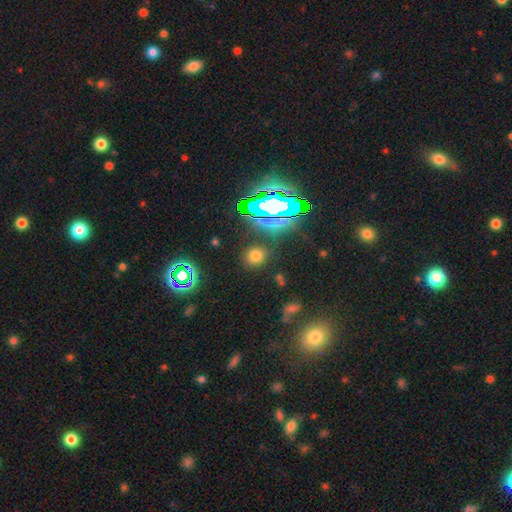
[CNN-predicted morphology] type=smooth (67%); roundness=round (80%); merging=none (87%).